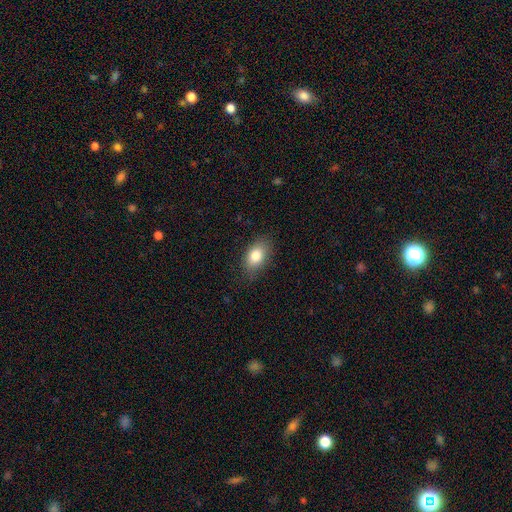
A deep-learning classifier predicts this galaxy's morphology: type=smooth (82%); roundness=in between (87%); merging=none (82%).